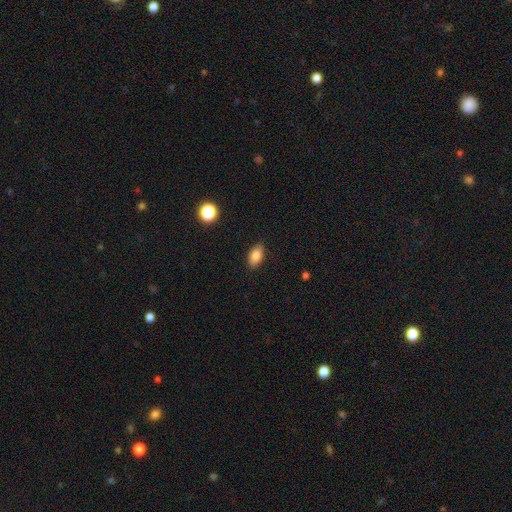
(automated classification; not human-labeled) Morphology: type=smooth (83%); roundness=in between (90%); merging=none (87%).